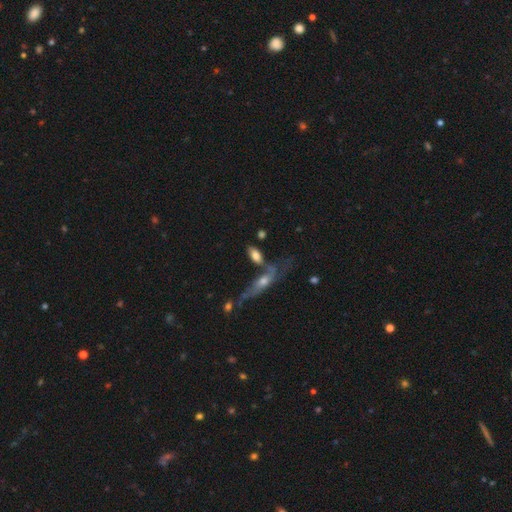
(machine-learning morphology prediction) Smooth or featured: smooth — 70% (featured or disk — 22%)
How rounded: in between — 81% (cigar-shaped — 15%)
Merging: none — 49% (merger — 29%)